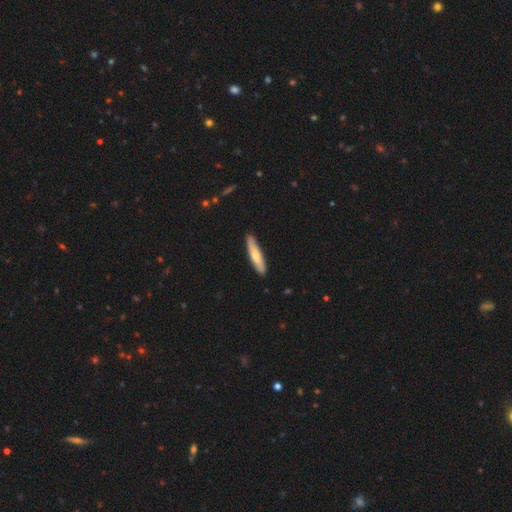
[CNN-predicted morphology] This is likely a smooth galaxy (64%). How rounded: clearly cigar-shaped (86%). Merging: clearly none (90%).